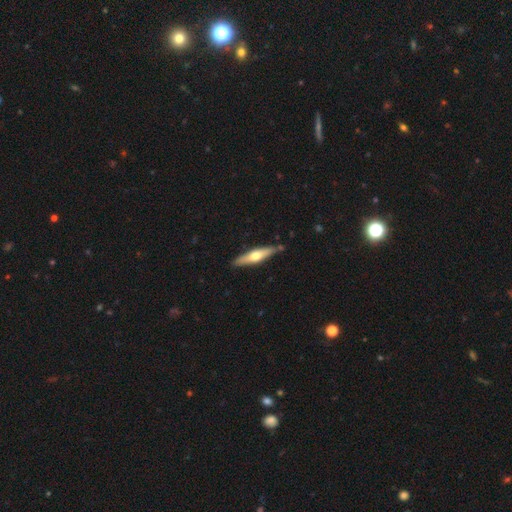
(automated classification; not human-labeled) This appears to be a featured or disk galaxy (51%) viewed edge-on (92%). Merging: none (83%).